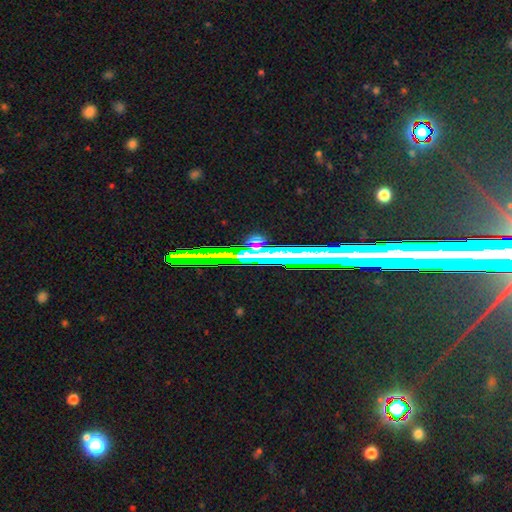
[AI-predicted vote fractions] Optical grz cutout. It shows a star or artifact, not a galaxy (47%).